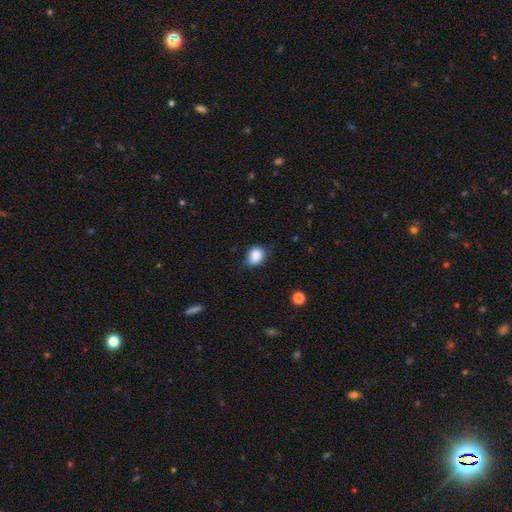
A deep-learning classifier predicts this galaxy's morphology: Q: Smooth or featured?
A: smooth (87%); runner-up: star or artifact (9%)
Q: How rounded?
A: in between (51%); runner-up: round (48%)
Q: Merging?
A: none (62%); runner-up: minor disturbance (30%)